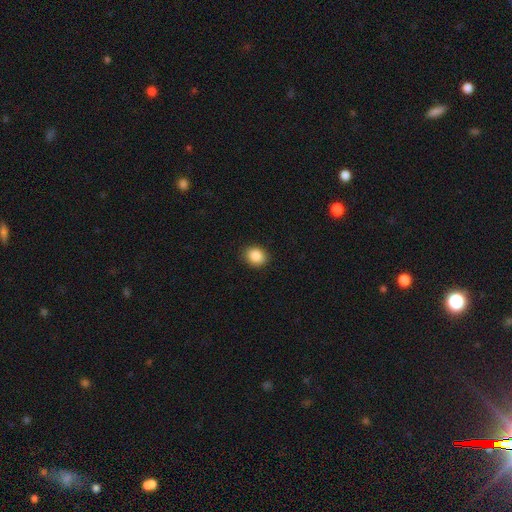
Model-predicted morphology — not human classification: Overall: smooth (88%). How rounded: round (59%; in between 41%). Merging: none (89%).